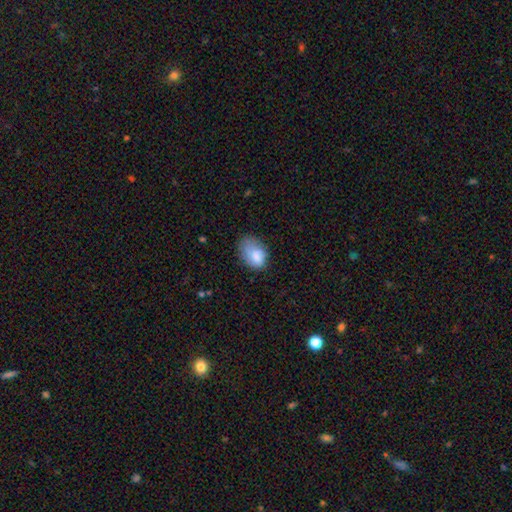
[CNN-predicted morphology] smooth 80%, featured or disk 12%, star or artifact 8%. Down the decision tree: how rounded — in between (84%); merging — none (42%).